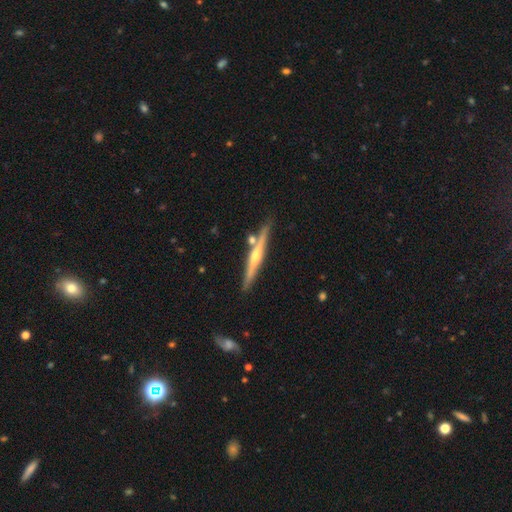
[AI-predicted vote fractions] A featured or disk galaxy (74%) viewed edge-on (97%) with a rounded central bulge (85%).

Vote fractions:
- Smooth or featured? featured or disk: 74% / smooth: 20% / star or artifact: 6%
- Edge-on disk? yes: 97% / no: 3%
- Edge-on bulge? rounded: 85% / none: 11% / boxy: 5%
- Merging? none: 81% / minor disturbance: 10% / merger: 7% / major disturbance: 2%